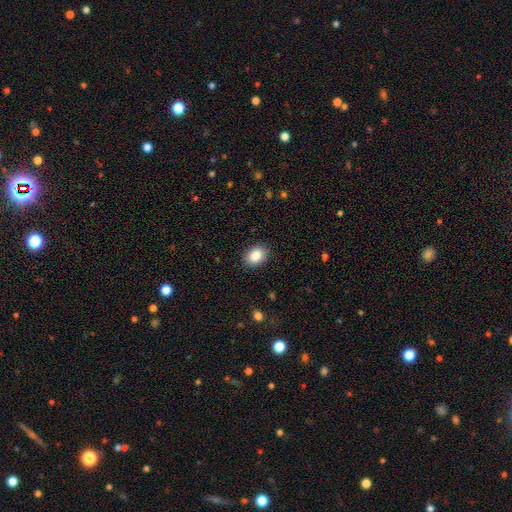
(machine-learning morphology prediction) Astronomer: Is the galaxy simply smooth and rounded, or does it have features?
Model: smooth — 88%.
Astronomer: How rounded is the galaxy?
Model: in between — 73%.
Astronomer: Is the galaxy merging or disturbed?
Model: none — 88%.